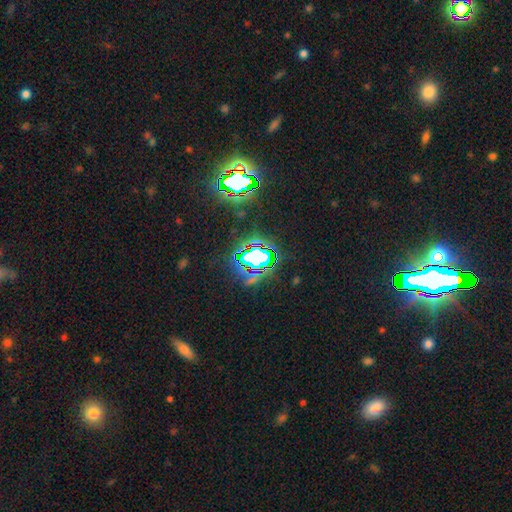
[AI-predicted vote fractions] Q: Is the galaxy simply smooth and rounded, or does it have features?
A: star or artifact — 71%.